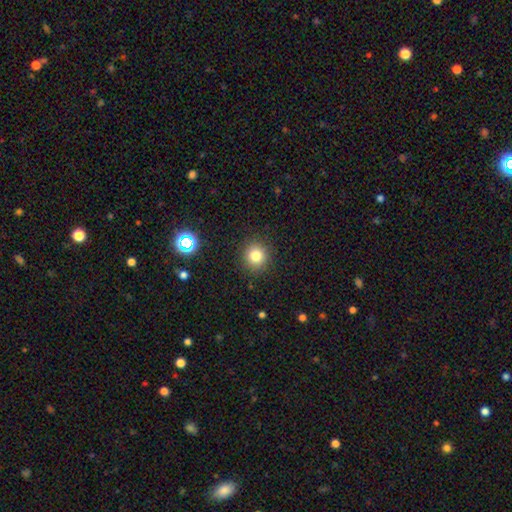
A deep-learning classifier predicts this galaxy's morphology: Smooth or featured? Predicted: smooth (p=0.80). How rounded? Predicted: round (p=0.88). Merging? Predicted: none (p=0.90).